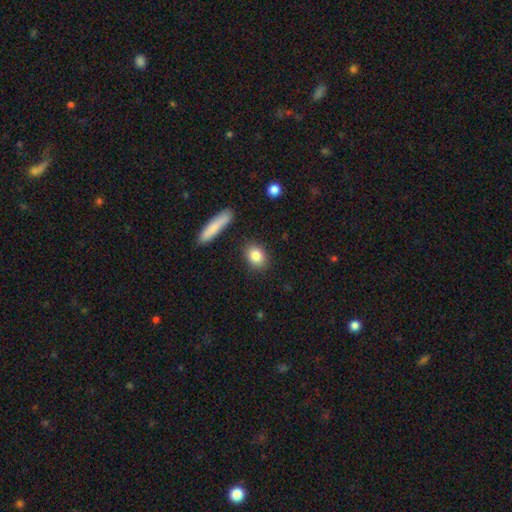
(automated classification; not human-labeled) This is clearly a smooth galaxy (85%). How rounded: possibly in between (59%). Merging: clearly none (85%).